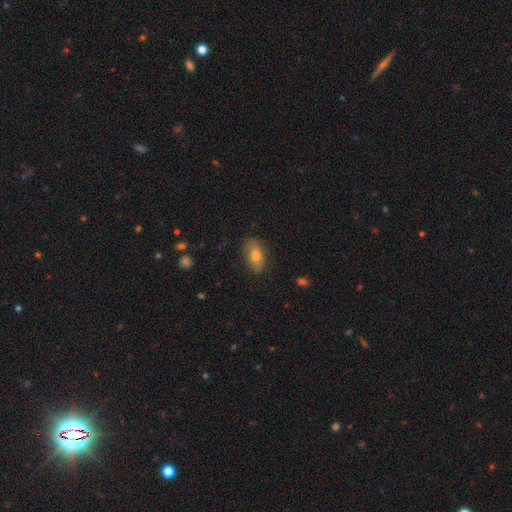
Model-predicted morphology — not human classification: Smooth or featured: smooth — 74% (featured or disk — 18%)
How rounded: in between — 89% (round — 6%)
Merging: none — 81% (minor disturbance — 15%)